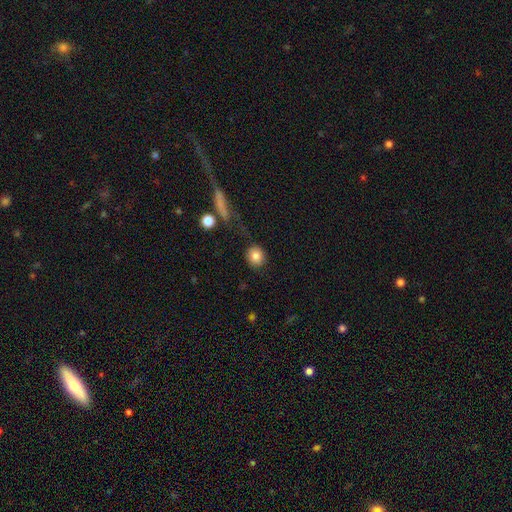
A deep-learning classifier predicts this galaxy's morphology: Overall: smooth (84%). How rounded: round (86%). Merging: none (81%).